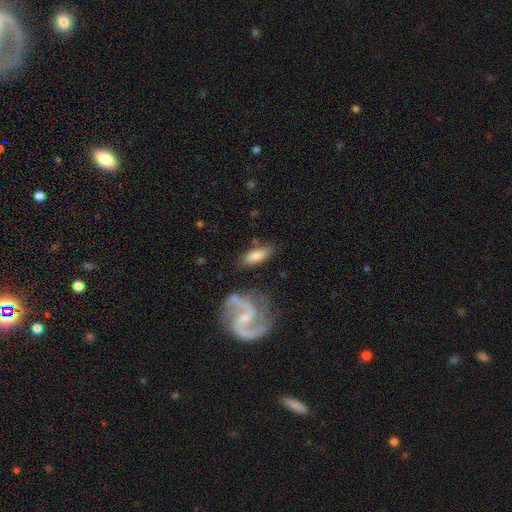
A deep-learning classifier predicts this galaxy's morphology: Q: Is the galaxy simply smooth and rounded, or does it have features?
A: smooth — 70%.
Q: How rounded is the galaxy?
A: in between — 77%.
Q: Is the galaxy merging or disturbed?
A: none — 70%.